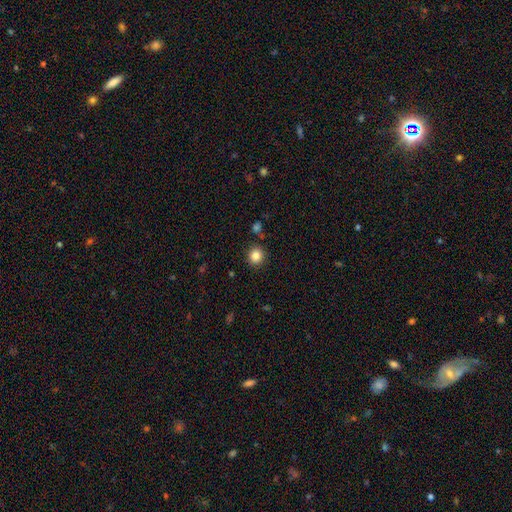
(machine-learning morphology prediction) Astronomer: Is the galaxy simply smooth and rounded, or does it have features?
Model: smooth — 84%.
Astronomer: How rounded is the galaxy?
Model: round — 90%.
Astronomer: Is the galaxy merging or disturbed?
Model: none — 89%.